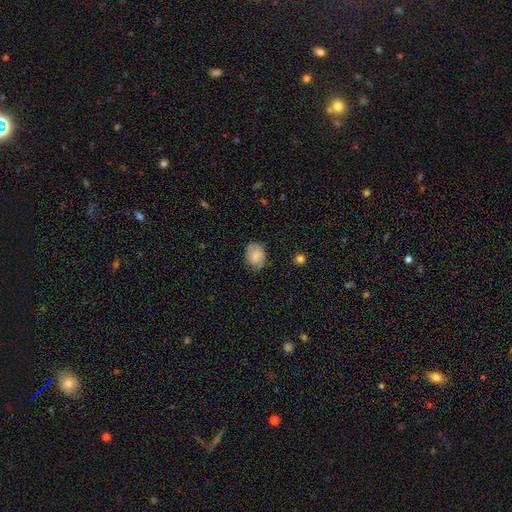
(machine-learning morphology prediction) This is likely a smooth galaxy (78%). How rounded: likely in between (64%). Merging: likely none (73%).